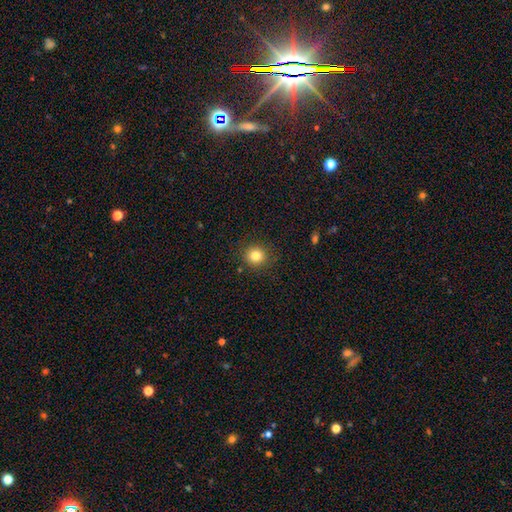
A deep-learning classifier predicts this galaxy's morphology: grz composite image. It shows a smooth galaxy with no disk features (82%) that is round (91%). Merging: none (89%).